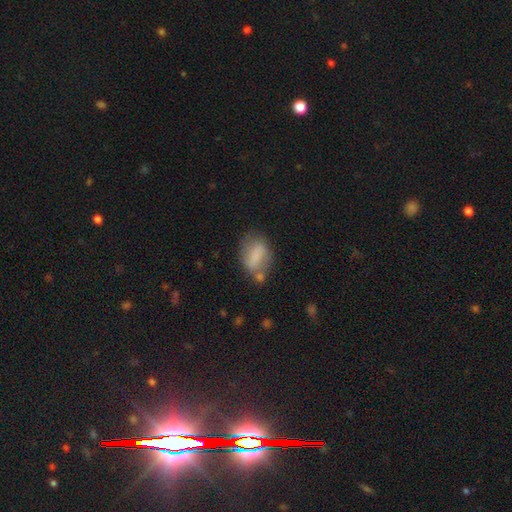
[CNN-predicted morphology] Smooth or featured? smooth (68%)
How rounded? in between (79%)
Merging? none (49%)